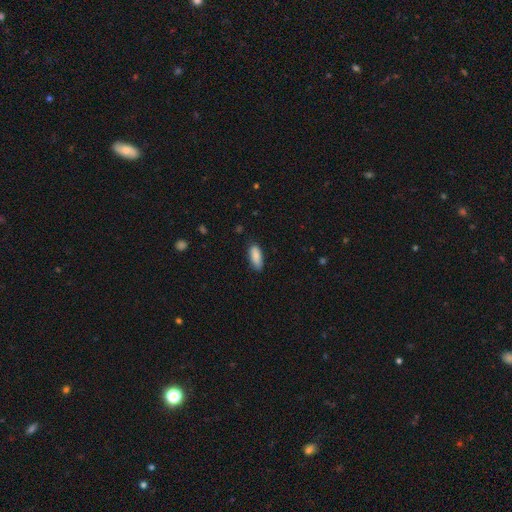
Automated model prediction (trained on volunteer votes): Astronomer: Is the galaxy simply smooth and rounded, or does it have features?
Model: smooth — 89%.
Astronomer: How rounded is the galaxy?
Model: in between — 79%.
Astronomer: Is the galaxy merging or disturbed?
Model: none — 82%.